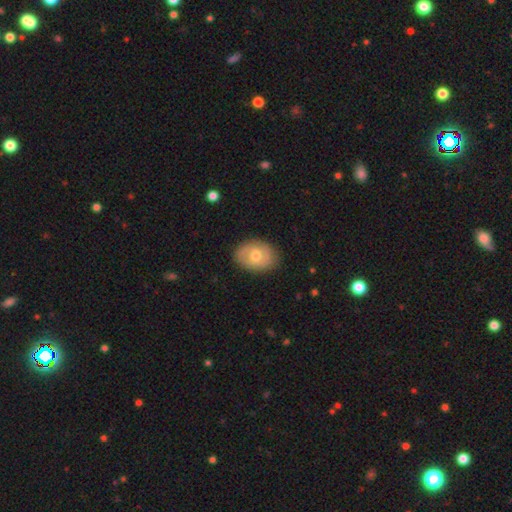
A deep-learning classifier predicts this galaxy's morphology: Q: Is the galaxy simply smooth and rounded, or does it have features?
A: smooth — 57%.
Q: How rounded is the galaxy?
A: in between — 69%.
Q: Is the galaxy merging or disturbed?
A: none — 82%.